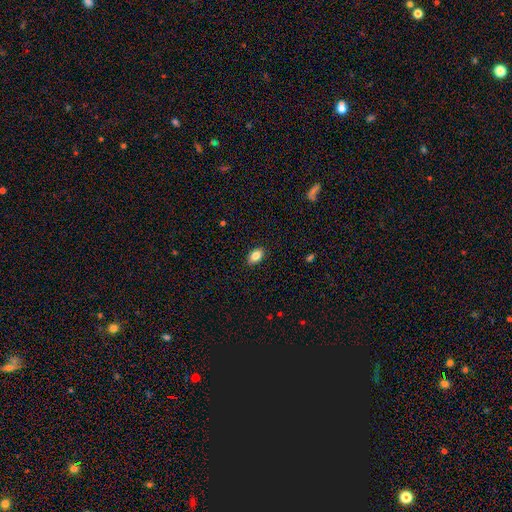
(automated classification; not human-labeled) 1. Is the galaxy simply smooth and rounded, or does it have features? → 85% smooth, 8% star or artifact, 7% featured or disk.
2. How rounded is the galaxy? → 89% in between, 10% round, 2% cigar-shaped.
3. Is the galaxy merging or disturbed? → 88% none, 9% minor disturbance, 2% major disturbance, 1% merger.